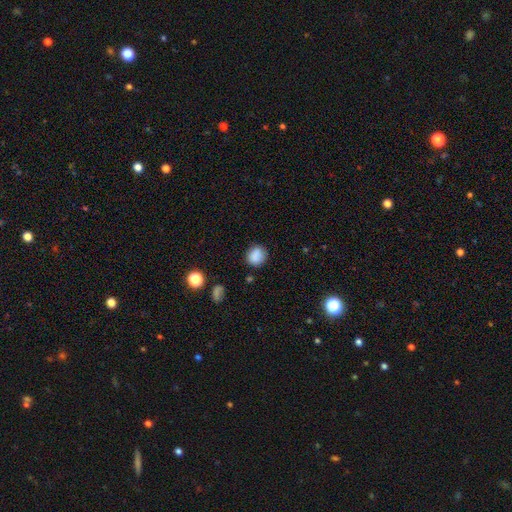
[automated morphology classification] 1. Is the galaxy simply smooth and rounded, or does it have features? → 85% smooth, 10% star or artifact, 5% featured or disk.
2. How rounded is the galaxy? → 77% round, 22% in between, 1% cigar-shaped.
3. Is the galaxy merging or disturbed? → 79% none, 14% minor disturbance, 4% major disturbance, 2% merger.